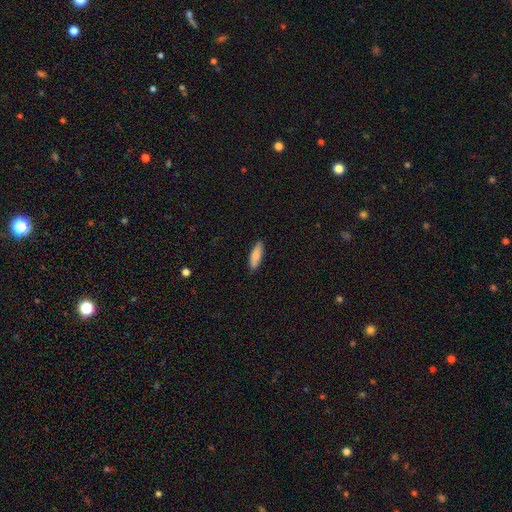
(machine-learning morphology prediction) Smooth or featured? Predicted: smooth (p=0.85). How rounded? Predicted: cigar-shaped (p=0.50). Merging? Predicted: none (p=0.88).